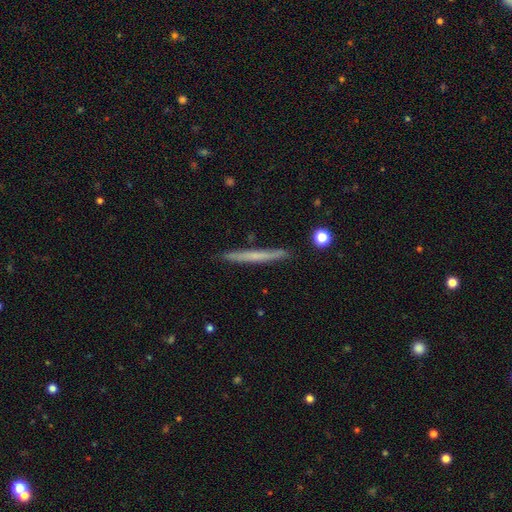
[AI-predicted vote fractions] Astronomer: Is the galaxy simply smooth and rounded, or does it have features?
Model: smooth — 54% (runner-up: featured or disk, 40%).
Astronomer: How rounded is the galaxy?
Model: cigar-shaped — 97%.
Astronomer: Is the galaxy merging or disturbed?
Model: none — 90%.